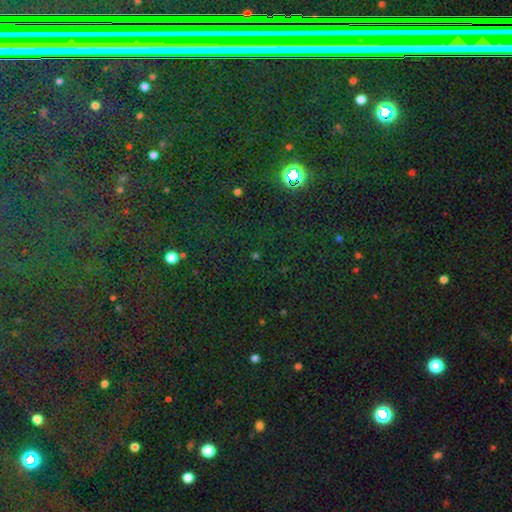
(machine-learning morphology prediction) Smooth or featured?
  - star or artifact: 76% *
  - smooth: 17%
  - featured or disk: 8%